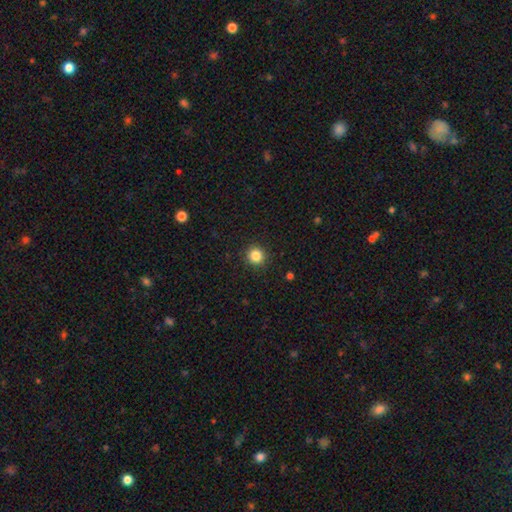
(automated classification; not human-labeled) Smooth or featured: smooth — 85% (star or artifact — 11%)
How rounded: round — 93% (in between — 6%)
Merging: none — 92% (minor disturbance — 6%)